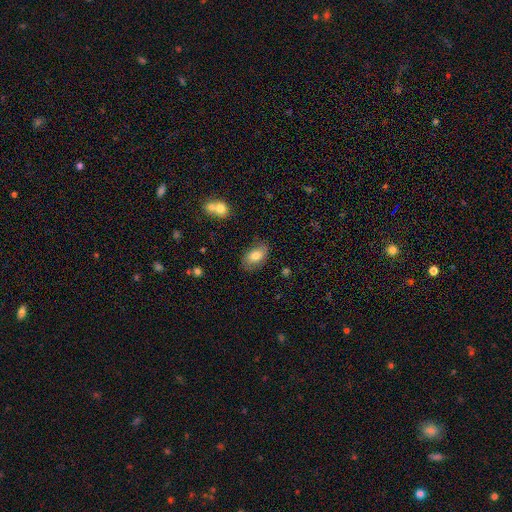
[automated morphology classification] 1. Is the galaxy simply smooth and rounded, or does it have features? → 76% smooth, 17% featured or disk, 8% star or artifact.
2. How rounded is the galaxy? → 90% in between, 8% round, 2% cigar-shaped.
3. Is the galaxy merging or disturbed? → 81% none, 14% minor disturbance, 3% major disturbance, 2% merger.